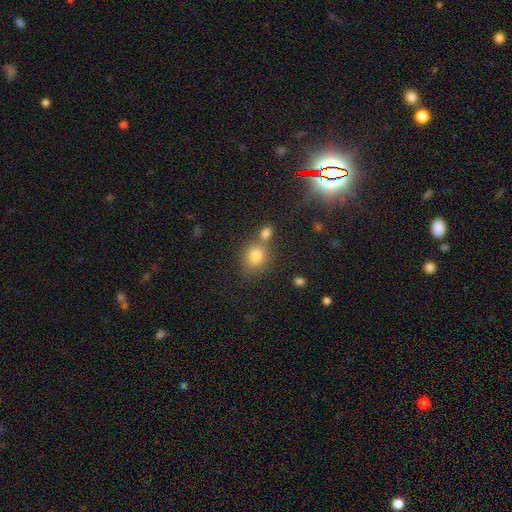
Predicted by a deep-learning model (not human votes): Smooth or featured? Predicted: smooth (p=0.80). How rounded? Predicted: round (p=0.66). Merging? Predicted: none (p=0.54).